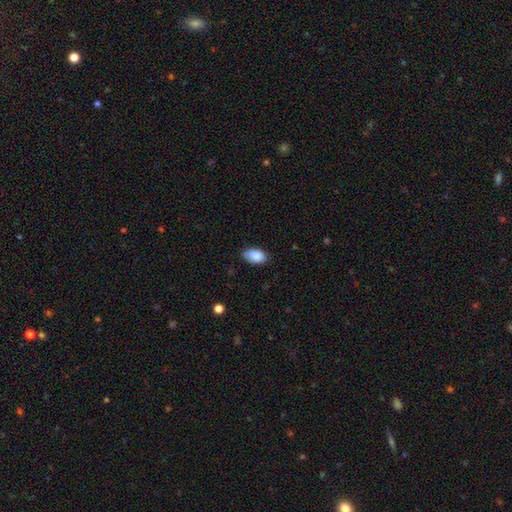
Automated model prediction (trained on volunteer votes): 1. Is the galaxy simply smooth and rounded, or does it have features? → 88% smooth, 7% star or artifact, 5% featured or disk.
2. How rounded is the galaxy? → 92% in between, 6% round, 1% cigar-shaped.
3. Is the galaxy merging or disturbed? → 72% none, 23% minor disturbance, 3% major disturbance, 1% merger.